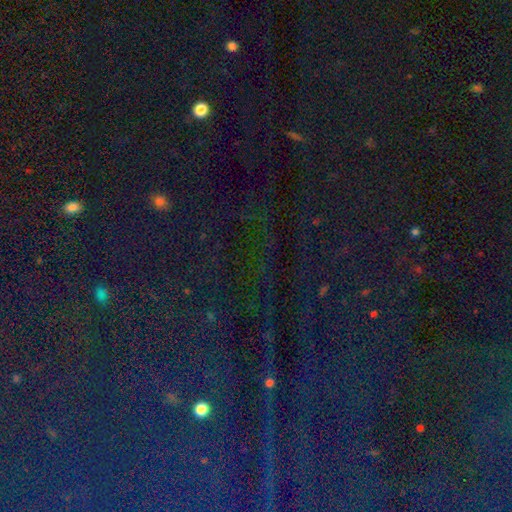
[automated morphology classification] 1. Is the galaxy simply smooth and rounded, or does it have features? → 80% star or artifact, 12% smooth, 8% featured or disk.